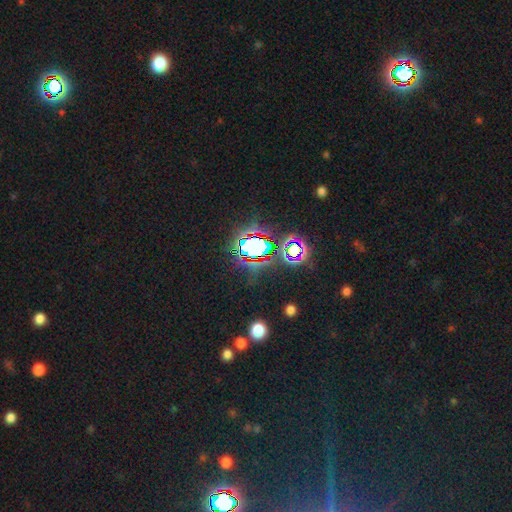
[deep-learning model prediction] Q: Smooth or featured?
A: star or artifact (82%); runner-up: smooth (10%)